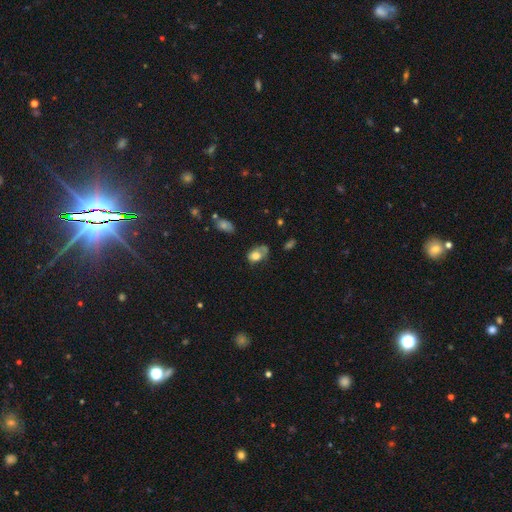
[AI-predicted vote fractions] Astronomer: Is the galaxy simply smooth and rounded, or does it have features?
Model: smooth — 69%.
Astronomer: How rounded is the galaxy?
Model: in between — 73%.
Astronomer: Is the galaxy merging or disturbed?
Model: minor disturbance — 32% (runner-up: none, 31%).